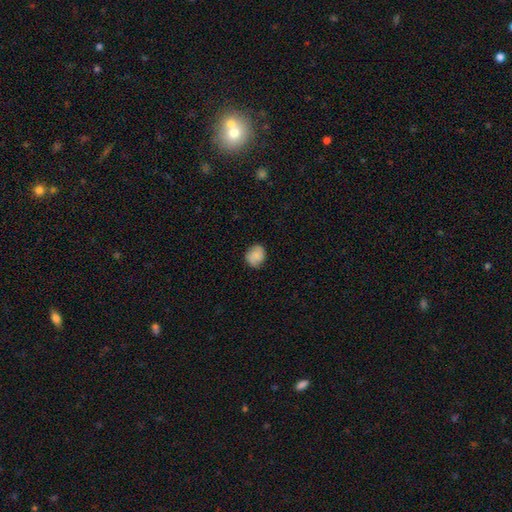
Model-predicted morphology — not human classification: smooth 78%, featured or disk 14%, star or artifact 8%. Down the decision tree: how rounded — round (68%); merging — none (77%).